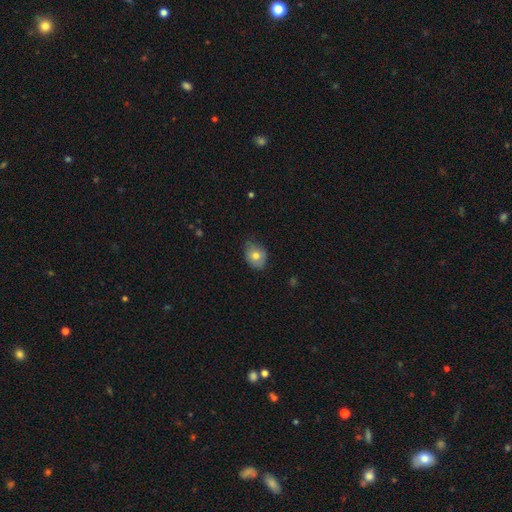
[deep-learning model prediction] The model was most divided on "how rounded": in between: 53%, round: 46%, cigar-shaped: 1%. More confident: smooth or featured — smooth (76%); merging — none (70%).